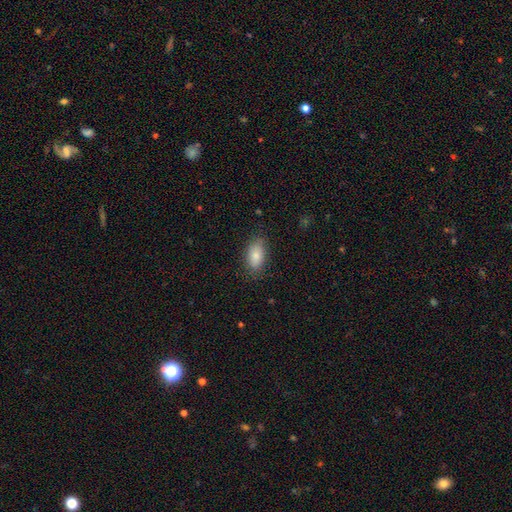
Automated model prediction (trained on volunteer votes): Smooth or featured?
  - smooth: 84% *
  - featured or disk: 9%
  - star or artifact: 7%
How rounded?
  - in between: 91% *
  - round: 5%
  - cigar-shaped: 3%
Merging?
  - none: 80% *
  - minor disturbance: 15%
  - major disturbance: 4%
  - merger: 1%